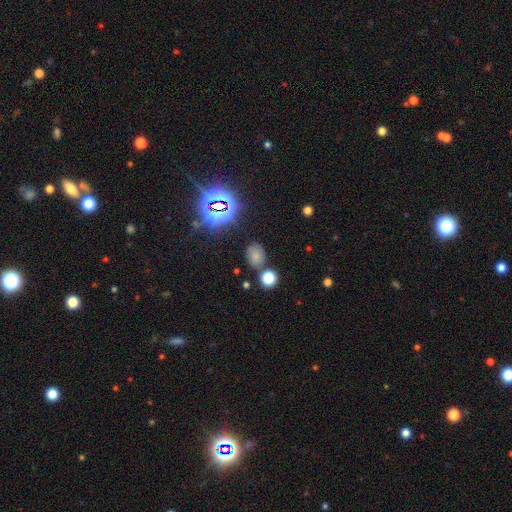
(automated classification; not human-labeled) A smooth galaxy with no disk features (63%) that is in between round and cigar-shaped (61%). Merging: none (73%).